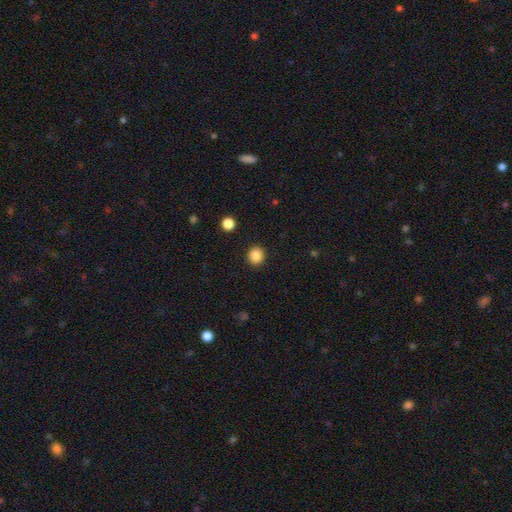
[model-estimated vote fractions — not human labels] Smooth or featured?
  - smooth: 87% *
  - star or artifact: 10%
  - featured or disk: 3%
How rounded?
  - round: 86% *
  - in between: 13%
  - cigar-shaped: 1%
Merging?
  - none: 91% *
  - minor disturbance: 5%
  - major disturbance: 2%
  - merger: 1%